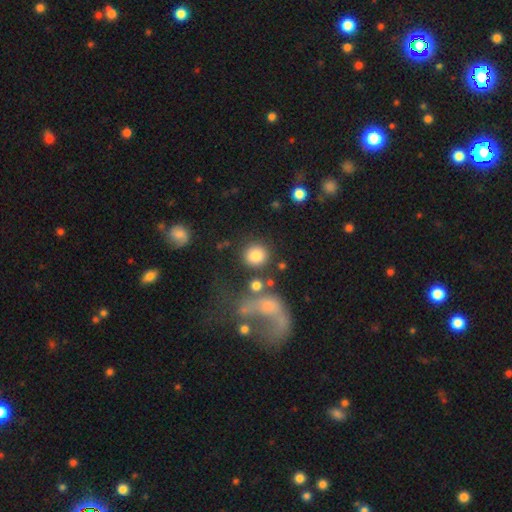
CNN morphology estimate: Overall: smooth (81%). How rounded: round (88%). Merging: none (73%).